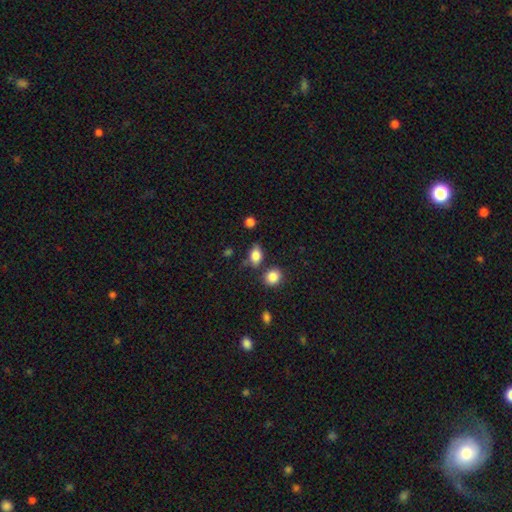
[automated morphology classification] The model was most divided on "merging": none: 64%, minor disturbance: 20%, merger: 10%, major disturbance: 6%. More confident: smooth or featured — smooth (83%); how rounded — in between (78%).